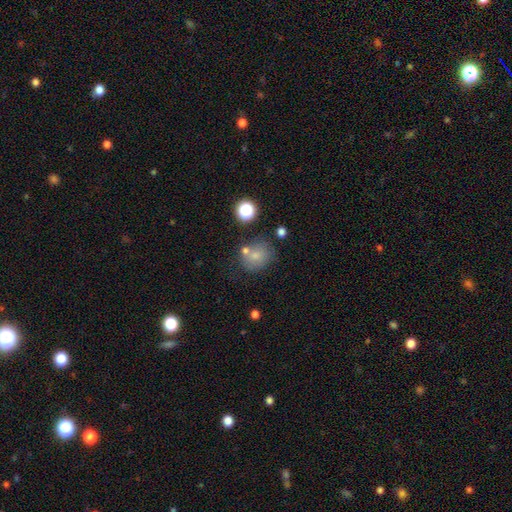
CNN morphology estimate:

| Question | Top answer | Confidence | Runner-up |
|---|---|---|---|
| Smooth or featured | smooth | 71% | star or artifact (15%) |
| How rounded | round | 69% | in between (30%) |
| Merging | none | 59% | merger (19%) |